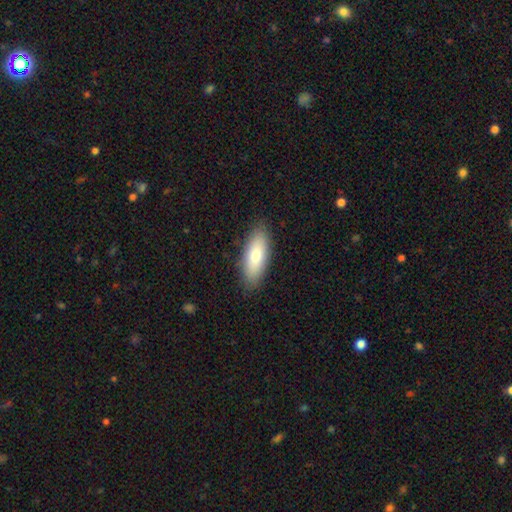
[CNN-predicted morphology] smooth_or_featured: smooth (p=0.74) [alt: featured or disk p=0.19]
how_rounded: in between (p=0.73) [alt: cigar-shaped p=0.25]
merging: none (p=0.87) [alt: minor disturbance p=0.09]